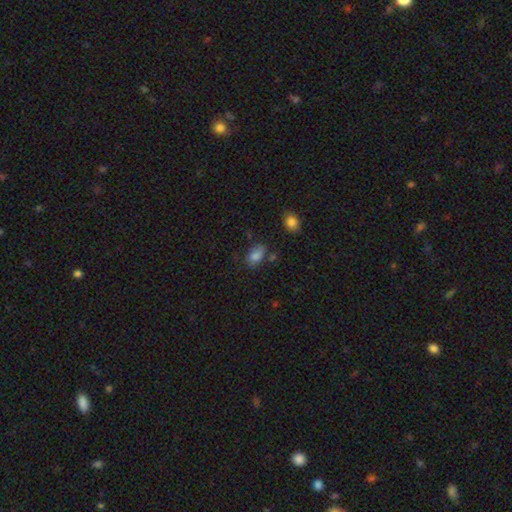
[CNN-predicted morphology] Smooth or featured? smooth (83%)
How rounded? in between (86%)
Merging? none (65%)